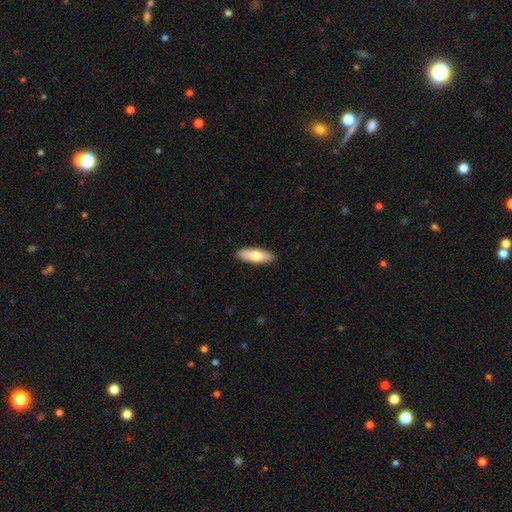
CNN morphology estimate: Smooth or featured? smooth (70%)
How rounded? in between (53%)
Merging? none (90%)